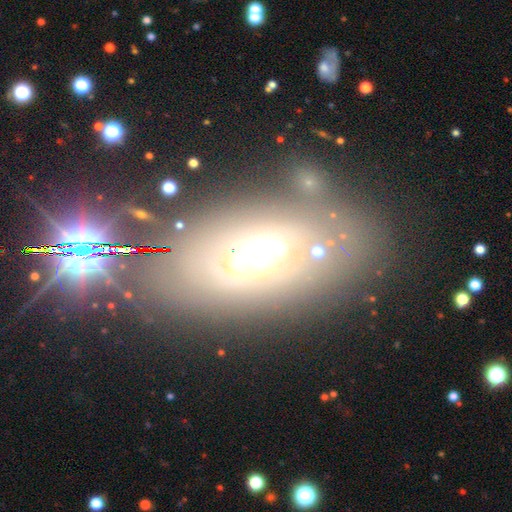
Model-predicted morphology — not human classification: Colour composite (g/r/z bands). It shows a featured or disk galaxy (59%). Merging: none (70%).